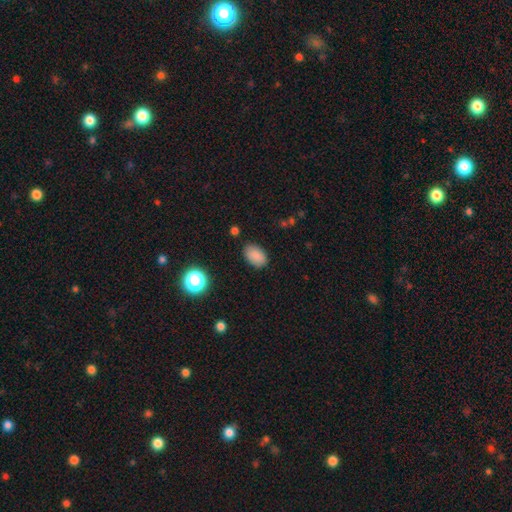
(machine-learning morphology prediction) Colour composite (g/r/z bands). It shows a smooth galaxy with no disk features (86%) that is in between round and cigar-shaped (89%). Merging: none (85%).